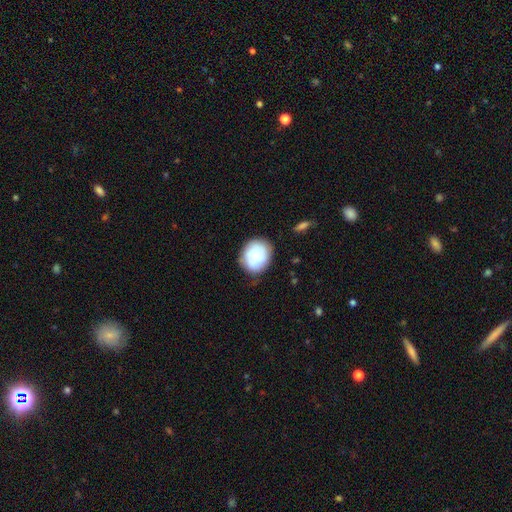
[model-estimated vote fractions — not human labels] A smooth galaxy with no disk features (77%) that is round (68%). Merging: none (70%).